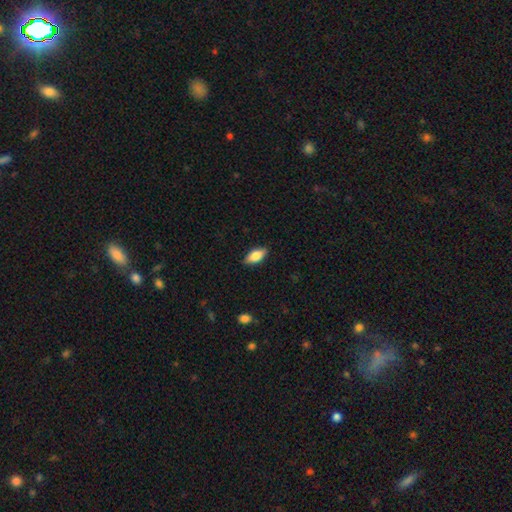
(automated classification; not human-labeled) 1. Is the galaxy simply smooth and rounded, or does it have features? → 73% smooth, 21% featured or disk, 7% star or artifact.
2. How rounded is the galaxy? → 82% in between, 15% cigar-shaped, 3% round.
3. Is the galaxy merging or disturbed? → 87% none, 10% minor disturbance, 2% major disturbance, 1% merger.